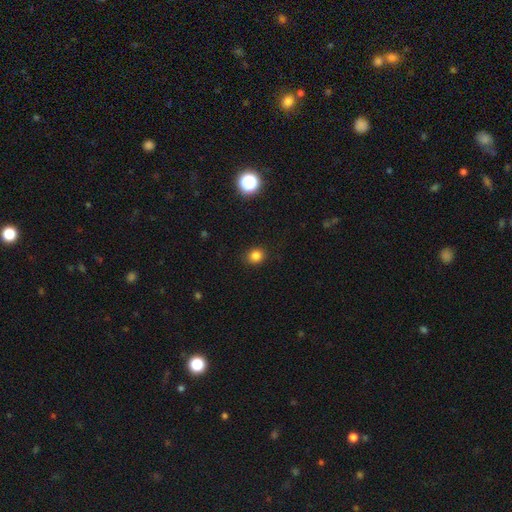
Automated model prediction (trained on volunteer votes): smooth_or_featured: smooth (p=0.83) [alt: star or artifact p=0.13]
how_rounded: round (p=0.76) [alt: in between p=0.23]
merging: none (p=0.90) [alt: minor disturbance p=0.07]